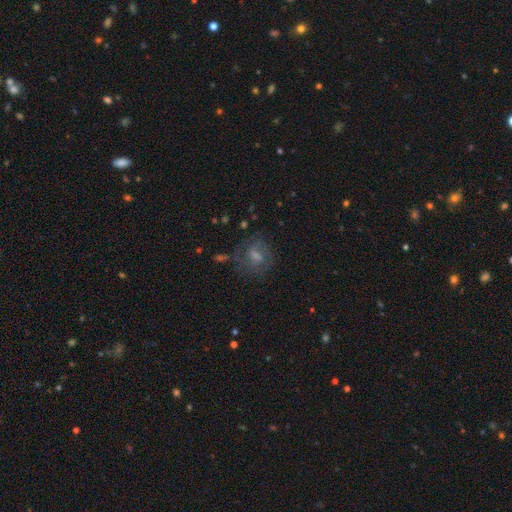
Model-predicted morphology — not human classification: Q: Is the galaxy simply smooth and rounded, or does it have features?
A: featured or disk — 45%.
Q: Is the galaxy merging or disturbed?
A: none — 69%.